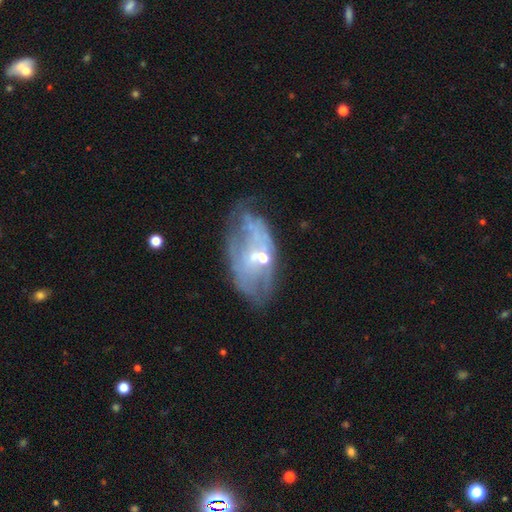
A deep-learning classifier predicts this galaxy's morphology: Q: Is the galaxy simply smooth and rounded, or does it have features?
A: featured or disk — 65%.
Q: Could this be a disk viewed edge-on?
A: no — 93%.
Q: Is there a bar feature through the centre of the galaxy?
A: no — 67%.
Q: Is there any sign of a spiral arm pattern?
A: no — 55%.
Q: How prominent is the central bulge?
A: small — 61%.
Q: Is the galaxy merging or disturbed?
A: none — 44%.